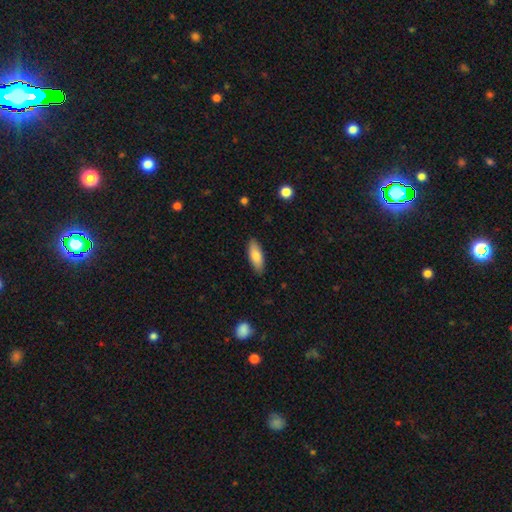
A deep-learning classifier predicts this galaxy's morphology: This appears to be a smooth galaxy with no disk features (80%) that is in between round and cigar-shaped (72%). Merging: none (86%).